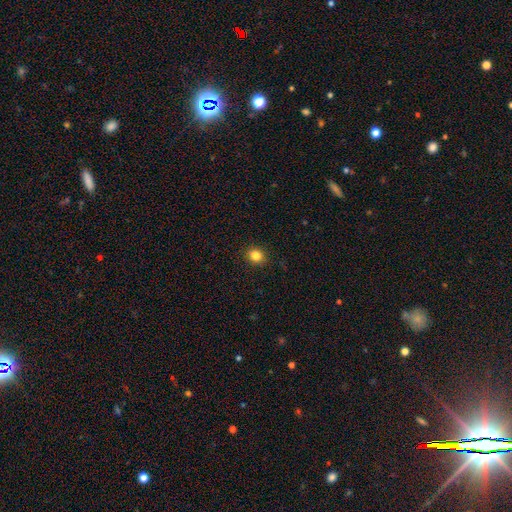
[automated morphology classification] smooth-or-featured: smooth: 84% | star or artifact: 11% | featured or disk: 5%
  how-rounded: round: 74% | in between: 26% | cigar-shaped: 1%
  merging: none: 91% | minor disturbance: 6% | major disturbance: 2% | merger: 1%